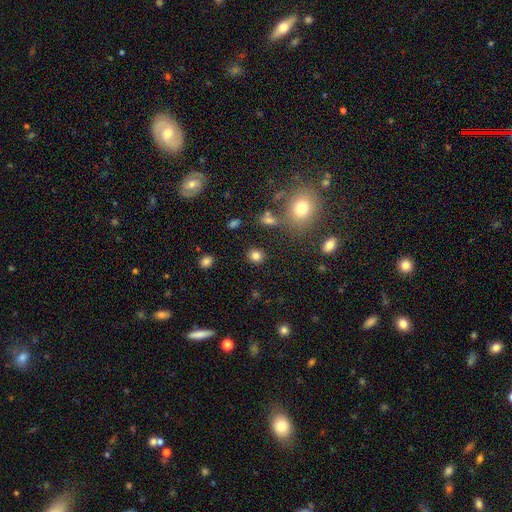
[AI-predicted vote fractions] Q: Smooth or featured?
A: smooth (82%); runner-up: star or artifact (12%)
Q: How rounded?
A: round (77%); runner-up: in between (22%)
Q: Merging?
A: none (86%); runner-up: minor disturbance (8%)